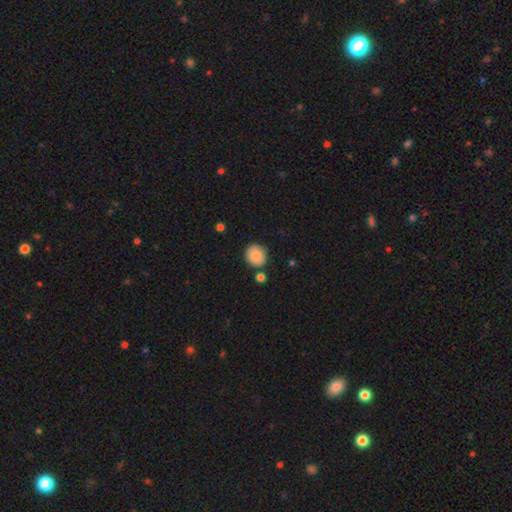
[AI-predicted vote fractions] Q: Smooth or featured?
A: smooth (86%); runner-up: star or artifact (8%)
Q: How rounded?
A: round (83%); runner-up: in between (16%)
Q: Merging?
A: none (78%); runner-up: minor disturbance (13%)